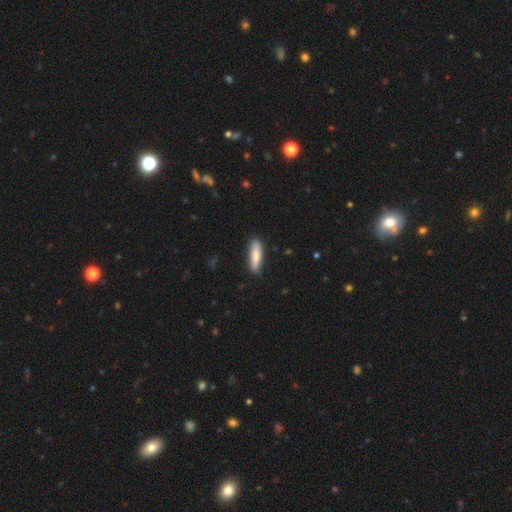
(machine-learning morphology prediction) A smooth galaxy with no disk features (82%) that is cigar-shaped (62%).

Vote fractions:
- Smooth or featured? smooth: 82% / featured or disk: 12% / star or artifact: 5%
- How rounded? cigar-shaped: 62% / in between: 36% / round: 2%
- Merging? none: 83% / minor disturbance: 14% / major disturbance: 2% / merger: 1%